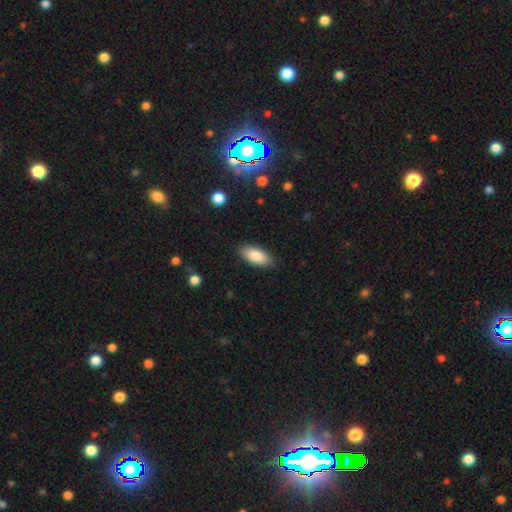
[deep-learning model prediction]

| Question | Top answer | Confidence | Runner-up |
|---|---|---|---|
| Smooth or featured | smooth | 85% | featured or disk (9%) |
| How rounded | in between | 87% | cigar-shaped (11%) |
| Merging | none | 87% | minor disturbance (10%) |